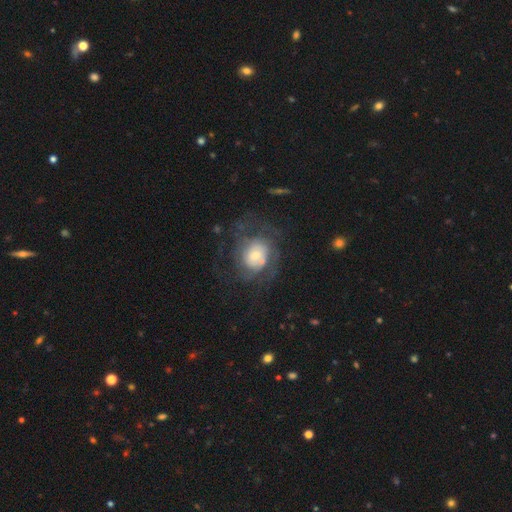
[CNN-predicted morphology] A featured or disk galaxy (66%) with no bar (67%), spiral arms (77%) and a moderate central bulge (37%). Merging: none (52%).